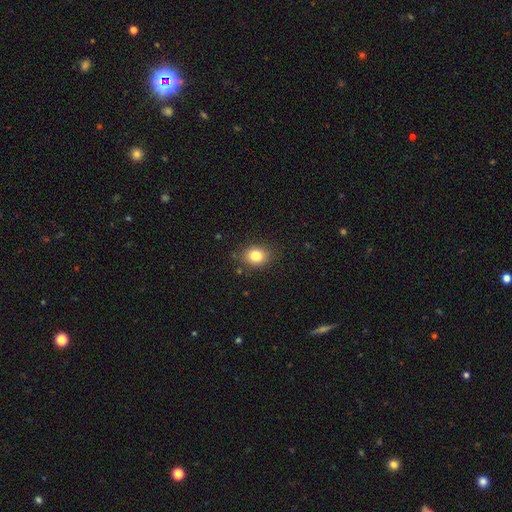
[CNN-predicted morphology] smooth 82%, star or artifact 11%, featured or disk 8%. Down the decision tree: how rounded — in between (54%); merging — none (85%).